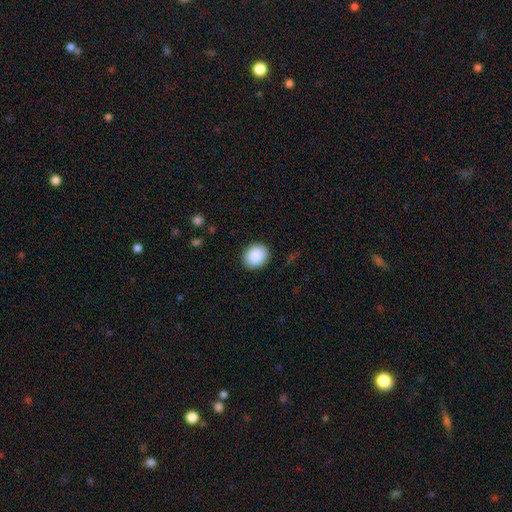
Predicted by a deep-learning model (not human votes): Smooth or featured: smooth — 90% (star or artifact — 7%)
How rounded: round — 63% (in between — 37%)
Merging: none — 89% (minor disturbance — 7%)